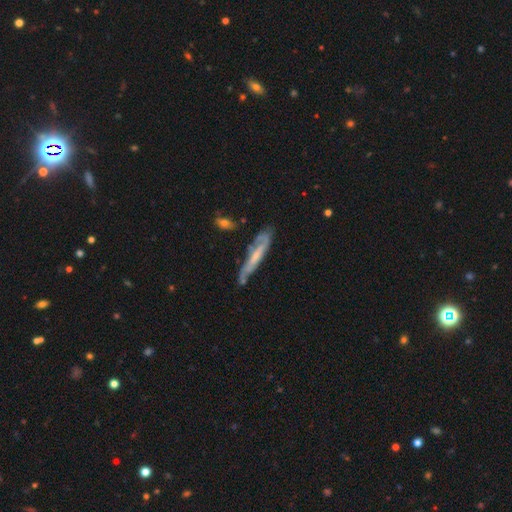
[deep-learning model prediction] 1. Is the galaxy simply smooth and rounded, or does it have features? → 66% featured or disk, 27% smooth, 7% star or artifact.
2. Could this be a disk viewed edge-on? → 54% yes, 46% no.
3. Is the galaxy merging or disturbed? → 56% none, 26% minor disturbance, 10% major disturbance, 7% merger.